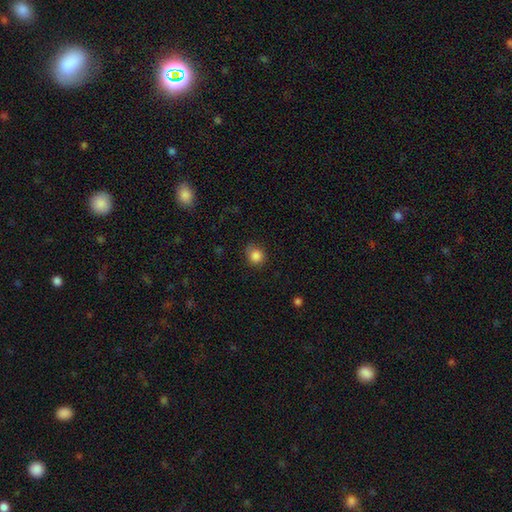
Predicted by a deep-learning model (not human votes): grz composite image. It shows a smooth galaxy with no disk features (86%) that is round (80%). Merging: none (76%).